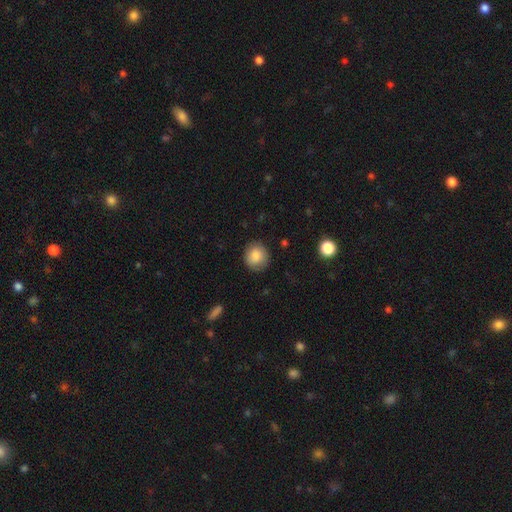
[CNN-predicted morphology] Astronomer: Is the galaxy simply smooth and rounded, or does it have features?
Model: smooth — 85%.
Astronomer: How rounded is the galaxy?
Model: round — 85%.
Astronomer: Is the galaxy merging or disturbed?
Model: none — 83%.